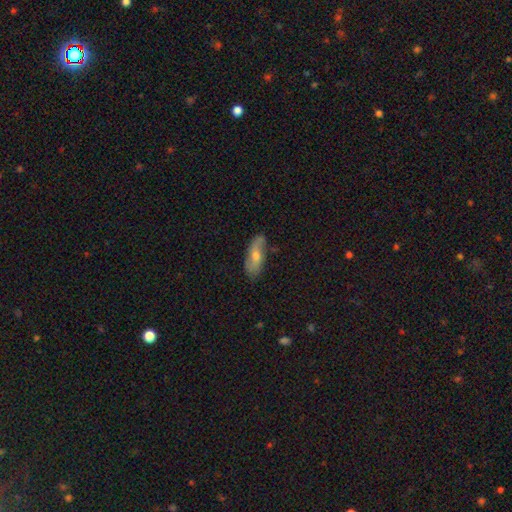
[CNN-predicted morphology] Smooth or featured? Predicted: smooth (p=0.51). How rounded? Predicted: in between (p=0.67). Merging? Predicted: none (p=0.73).